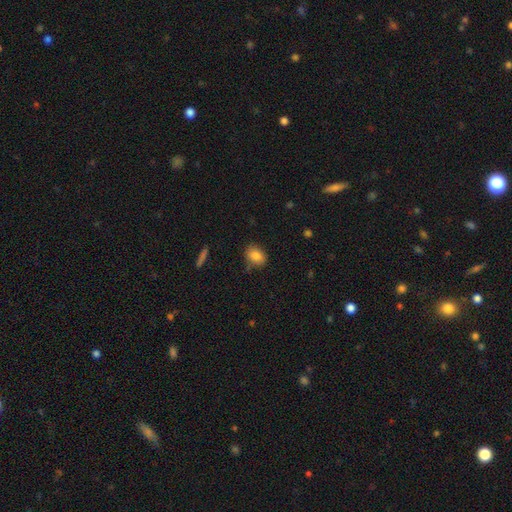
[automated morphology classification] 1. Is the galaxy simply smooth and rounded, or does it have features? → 83% smooth, 9% star or artifact, 8% featured or disk.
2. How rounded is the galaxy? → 62% in between, 37% round, 1% cigar-shaped.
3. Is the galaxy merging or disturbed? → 77% none, 17% minor disturbance, 3% major disturbance, 3% merger.